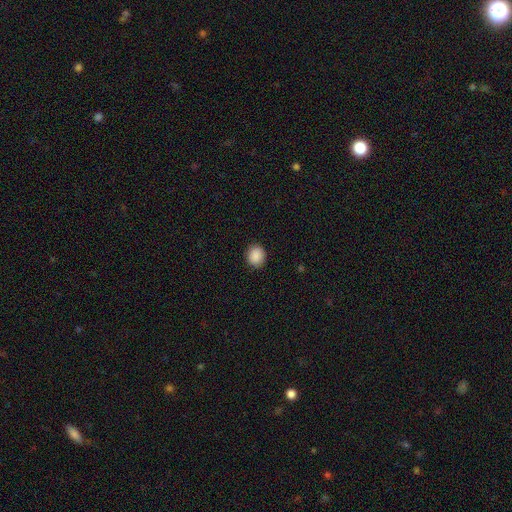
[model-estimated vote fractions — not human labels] Smooth or featured? Predicted: smooth (p=0.89). How rounded? Predicted: round (p=0.72). Merging? Predicted: none (p=0.90).